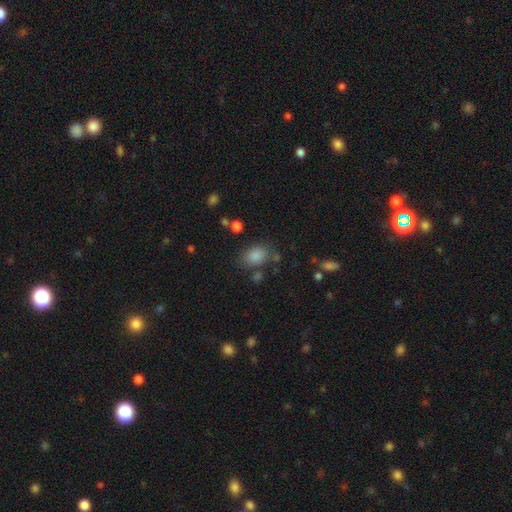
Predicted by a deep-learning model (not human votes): This appears to be a smooth galaxy with no disk features (84%) that is in between round and cigar-shaped (73%). Merging: none (70%).